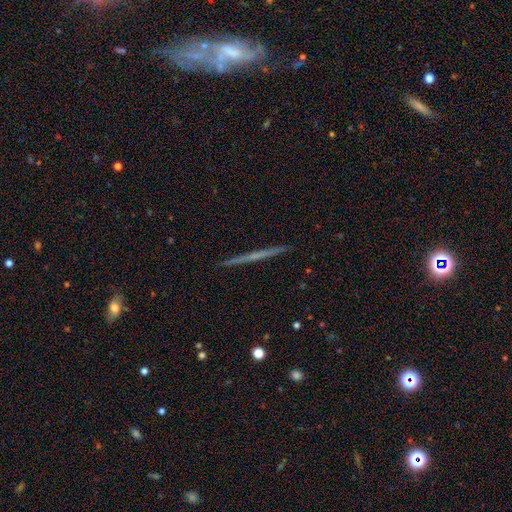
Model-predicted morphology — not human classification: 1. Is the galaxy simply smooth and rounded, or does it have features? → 62% featured or disk, 32% smooth, 6% star or artifact.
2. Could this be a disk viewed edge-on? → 98% yes, 2% no.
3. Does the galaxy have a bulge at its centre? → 85% none, 11% rounded, 4% boxy.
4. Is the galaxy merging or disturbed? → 93% none, 5% minor disturbance, 1% major disturbance, 1% merger.